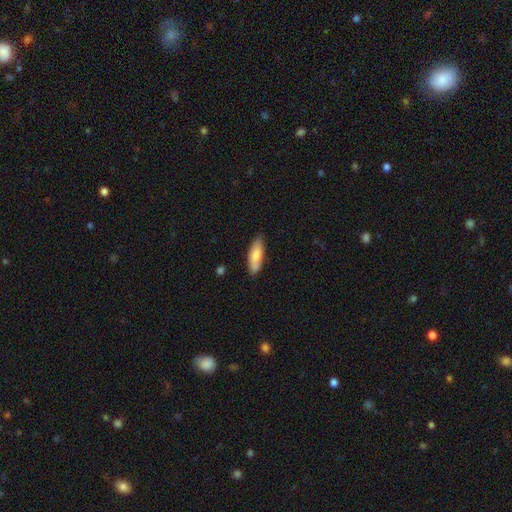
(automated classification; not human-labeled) Morphology: type=smooth (76%); roundness=in between (64%); merging=none (77%).